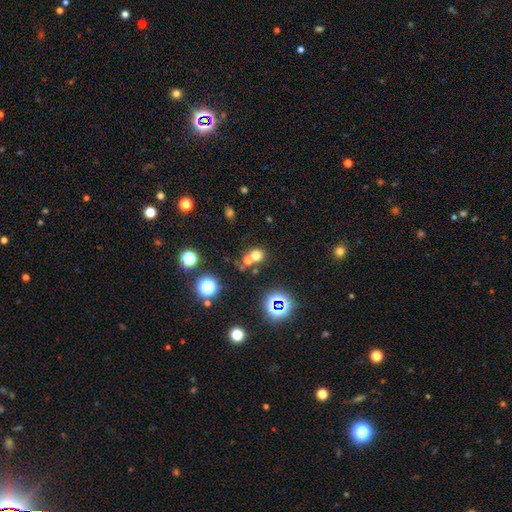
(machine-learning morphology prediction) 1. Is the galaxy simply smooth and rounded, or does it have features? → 66% smooth, 25% star or artifact, 9% featured or disk.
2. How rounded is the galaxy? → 83% round, 16% in between, 1% cigar-shaped.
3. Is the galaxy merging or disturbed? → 60% none, 29% merger, 8% minor disturbance, 4% major disturbance.